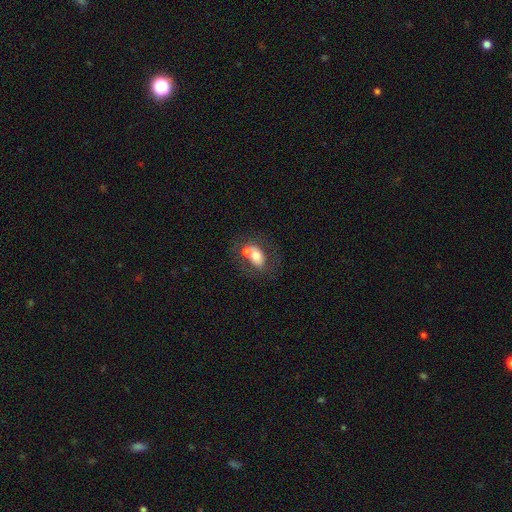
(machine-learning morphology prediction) Q: Smooth or featured?
A: smooth (60%); runner-up: featured or disk (30%)
Q: How rounded?
A: in between (75%); runner-up: round (23%)
Q: Merging?
A: merger (45%); runner-up: none (36%)